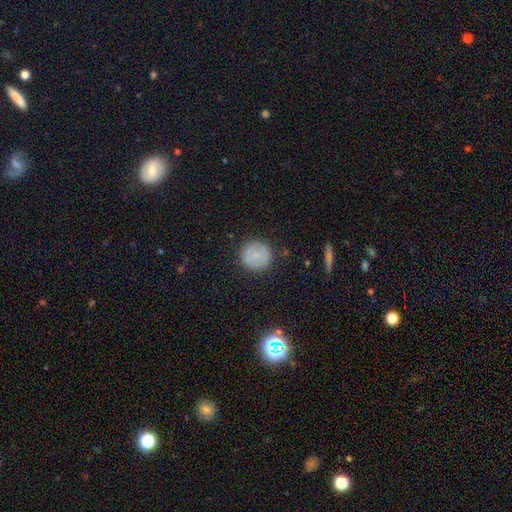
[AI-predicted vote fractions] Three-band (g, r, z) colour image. It shows a smooth galaxy with no disk features (73%) that is round (93%). Merging: none (88%).